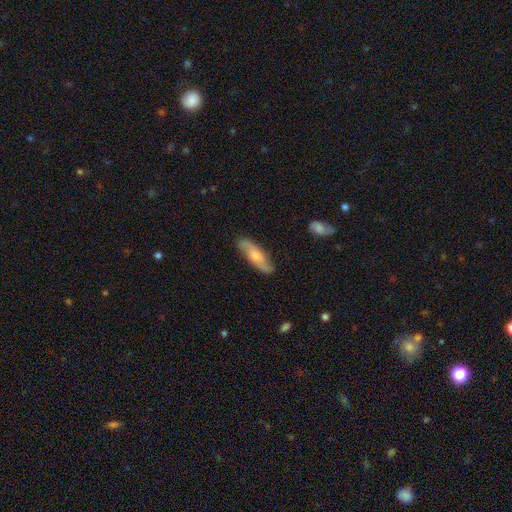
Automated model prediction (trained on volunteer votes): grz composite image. It shows a featured or disk galaxy (56%). Merging: none (81%).